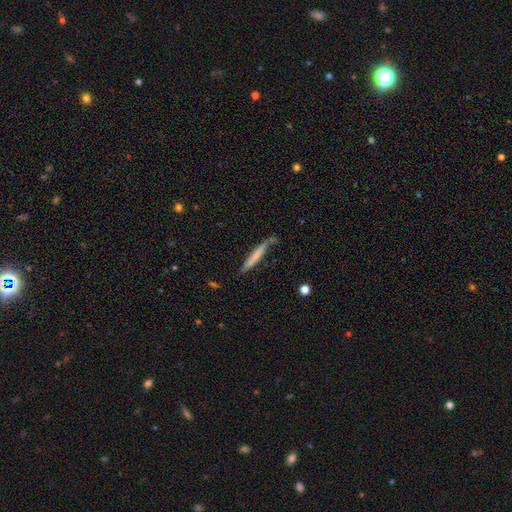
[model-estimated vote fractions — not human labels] This is likely a smooth galaxy (65%). How rounded: clearly cigar-shaped (95%). Merging: likely none (65%).